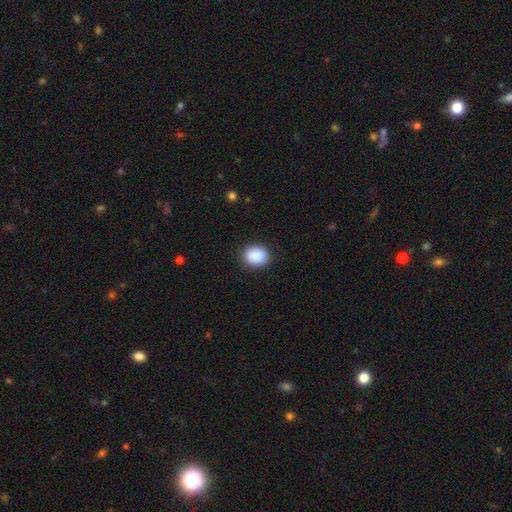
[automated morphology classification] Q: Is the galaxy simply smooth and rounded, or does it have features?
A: smooth — 90%.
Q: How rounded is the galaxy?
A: round — 58%.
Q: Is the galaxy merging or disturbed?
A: none — 89%.